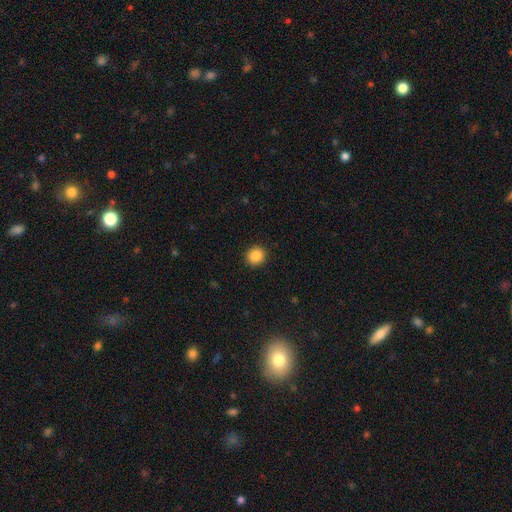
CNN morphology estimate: smooth-or-featured: smooth: 87% | star or artifact: 10% | featured or disk: 3%
  how-rounded: round: 86% | in between: 13% | cigar-shaped: 1%
  merging: none: 92% | minor disturbance: 5% | major disturbance: 2% | merger: 1%